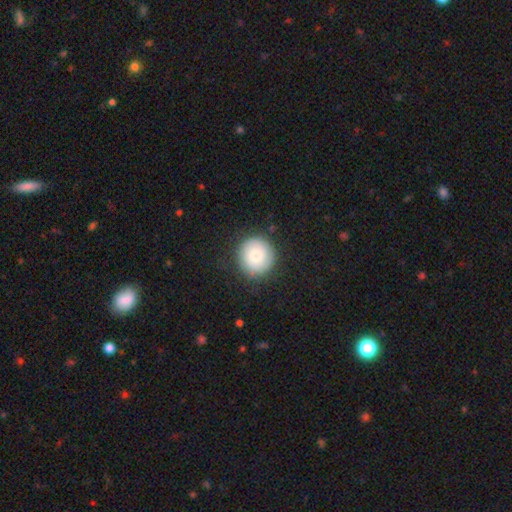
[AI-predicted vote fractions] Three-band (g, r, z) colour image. It shows a smooth galaxy with no disk features (73%) that is round (95%). Merging: none (85%).